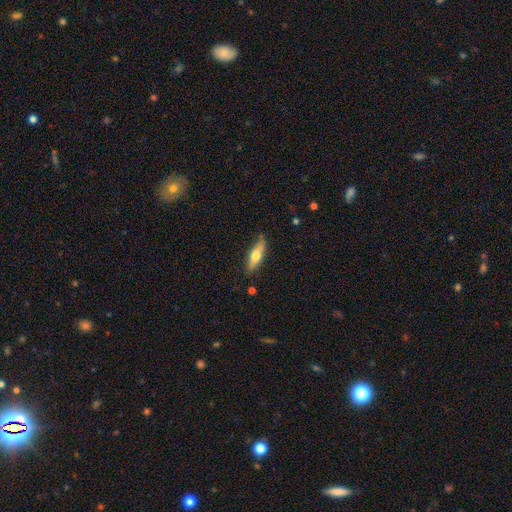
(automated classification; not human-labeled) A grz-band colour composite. It shows a smooth galaxy with no disk features (58%) that is cigar-shaped (57%). Merging: none (82%).